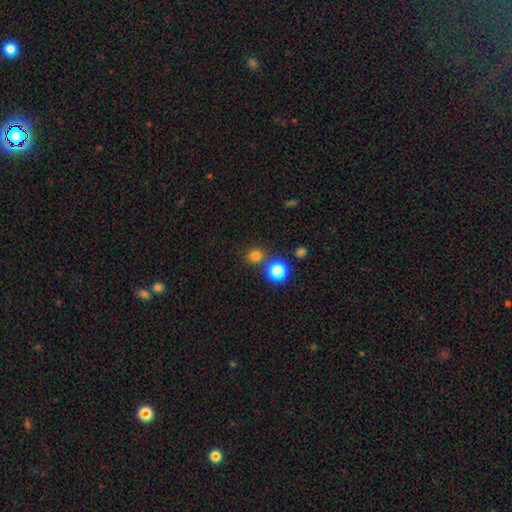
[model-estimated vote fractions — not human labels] The model was most divided on "merging": none: 70%, merger: 19%, minor disturbance: 8%, major disturbance: 3%. More confident: how rounded — round (86%); smooth or featured — smooth (79%).